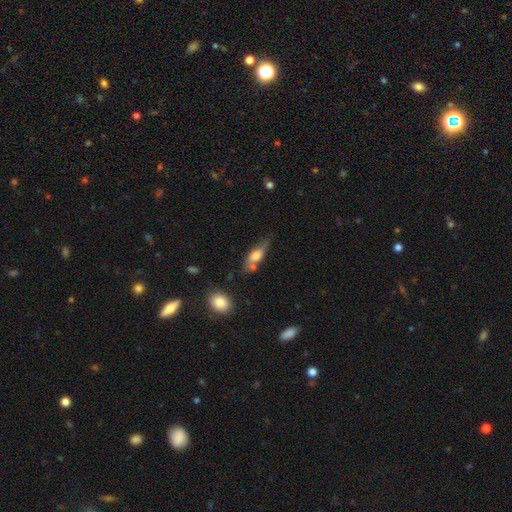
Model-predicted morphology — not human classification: Smooth or featured? Predicted: smooth (p=0.57). How rounded? Predicted: in between (p=0.57). Merging? Predicted: none (p=0.52).